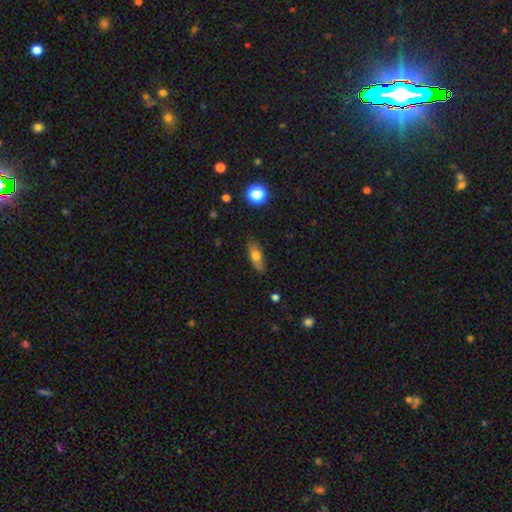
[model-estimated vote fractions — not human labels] A smooth galaxy with no disk features (70%) that is in between round and cigar-shaped (69%). Merging: none (82%).